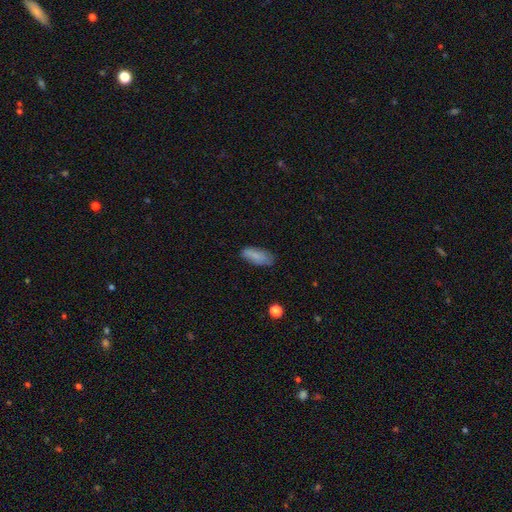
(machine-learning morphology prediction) smooth 84%, featured or disk 9%, star or artifact 8%. Down the decision tree: how rounded — in between (74%); merging — none (74%).